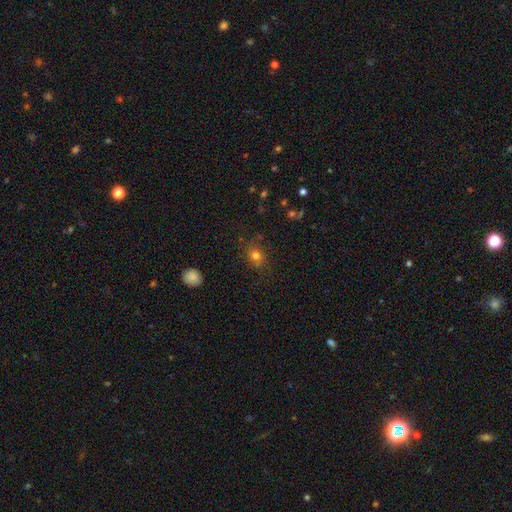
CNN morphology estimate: Smooth or featured?
  - smooth: 75% *
  - star or artifact: 16%
  - featured or disk: 9%
How rounded?
  - round: 62% *
  - in between: 37%
  - cigar-shaped: 1%
Merging?
  - none: 77% *
  - minor disturbance: 16%
  - major disturbance: 5%
  - merger: 3%